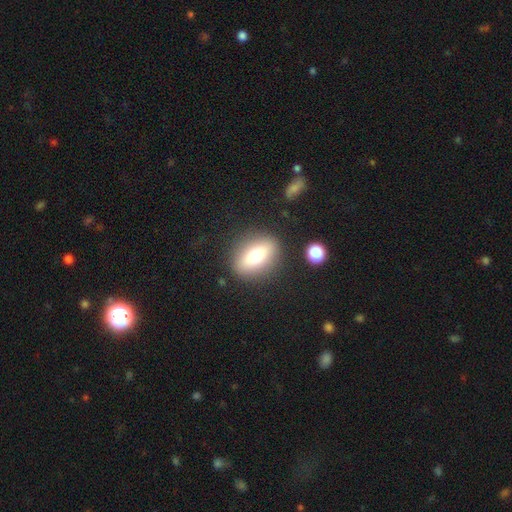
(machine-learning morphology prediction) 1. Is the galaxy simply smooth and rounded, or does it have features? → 67% smooth, 24% featured or disk, 9% star or artifact.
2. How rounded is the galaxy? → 71% in between, 18% round, 11% cigar-shaped.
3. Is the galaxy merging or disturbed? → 84% none, 9% minor disturbance, 4% major disturbance, 2% merger.